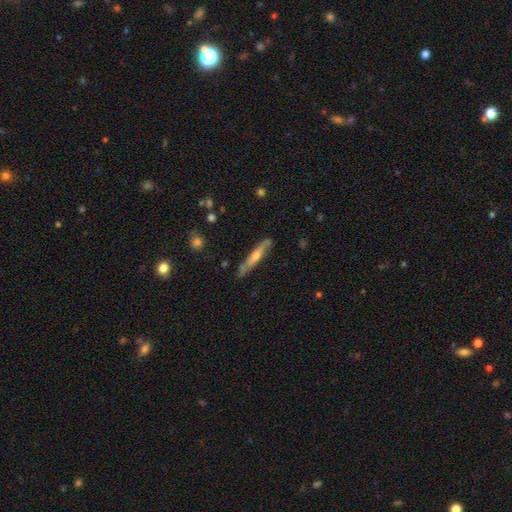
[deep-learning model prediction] Smooth or featured: featured or disk — 54% (smooth — 40%)
Edge-on disk: yes — 78% (no — 22%)
Merging: none — 73% (minor disturbance — 19%)